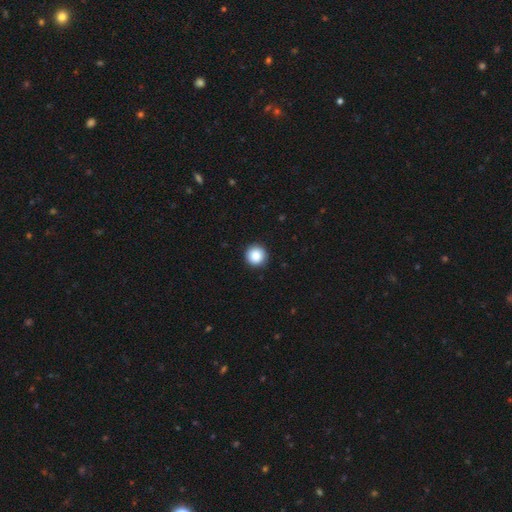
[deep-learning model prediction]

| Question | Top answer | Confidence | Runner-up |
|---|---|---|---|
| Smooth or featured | smooth | 88% | star or artifact (8%) |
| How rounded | round | 96% | in between (3%) |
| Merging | none | 93% | minor disturbance (5%) |